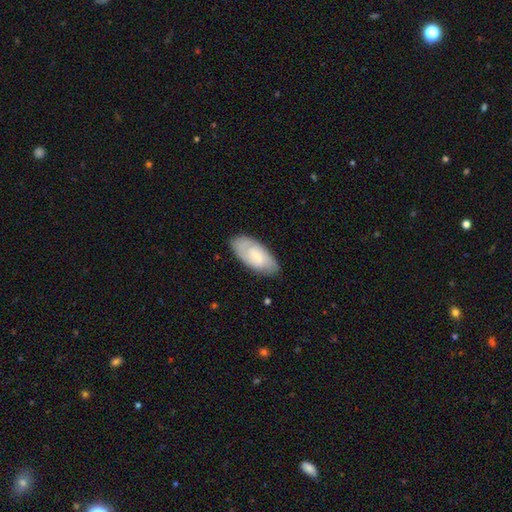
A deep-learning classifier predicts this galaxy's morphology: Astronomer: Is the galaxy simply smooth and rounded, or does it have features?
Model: smooth — 52% (runner-up: featured or disk, 42%).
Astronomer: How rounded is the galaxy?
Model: in between — 90%.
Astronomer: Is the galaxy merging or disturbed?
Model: none — 77%.